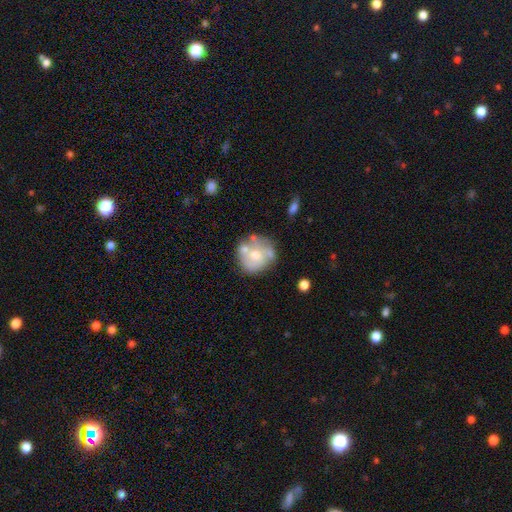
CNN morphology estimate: This is possibly a smooth galaxy (46%, tied with featured or disk). Merging: possibly none (49%).